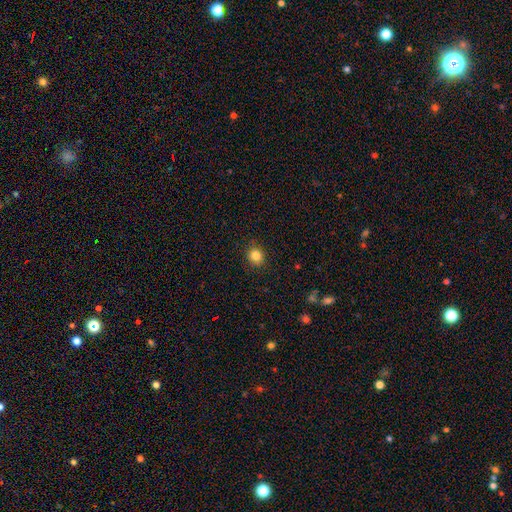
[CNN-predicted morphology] smooth-or-featured: smooth: 83% | star or artifact: 11% | featured or disk: 5%
  how-rounded: round: 82% | in between: 17% | cigar-shaped: 1%
  merging: none: 90% | minor disturbance: 7% | major disturbance: 2% | merger: 1%